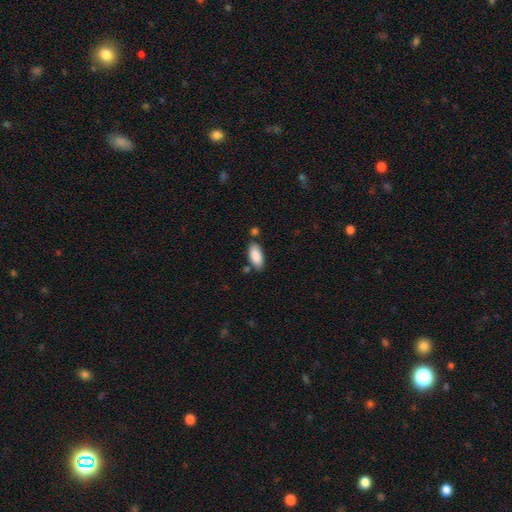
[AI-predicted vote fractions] Smooth or featured?
  - smooth: 89% *
  - star or artifact: 6%
  - featured or disk: 5%
How rounded?
  - in between: 88% *
  - cigar-shaped: 11%
  - round: 2%
Merging?
  - none: 76% *
  - minor disturbance: 14%
  - merger: 7%
  - major disturbance: 3%